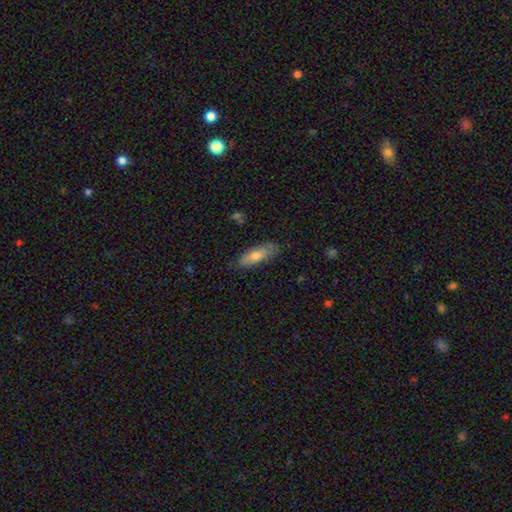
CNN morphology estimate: This is likely a smooth galaxy (70%). How rounded: likely in between (63%). Merging: likely none (74%).